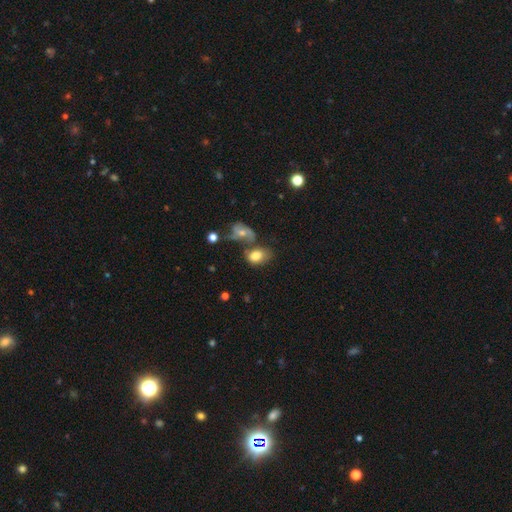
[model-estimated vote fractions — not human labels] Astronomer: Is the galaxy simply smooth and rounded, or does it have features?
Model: smooth — 73%.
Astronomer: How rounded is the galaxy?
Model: in between — 81%.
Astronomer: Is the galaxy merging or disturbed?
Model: merger — 40% (runner-up: none, 31%).